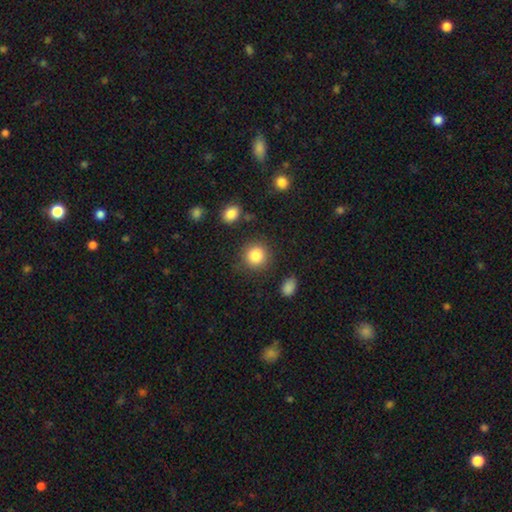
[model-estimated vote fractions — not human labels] smooth-or-featured: smooth: 86% | star or artifact: 9% | featured or disk: 5%
  how-rounded: round: 90% | in between: 9% | cigar-shaped: 1%
  merging: none: 84% | minor disturbance: 9% | major disturbance: 4% | merger: 3%